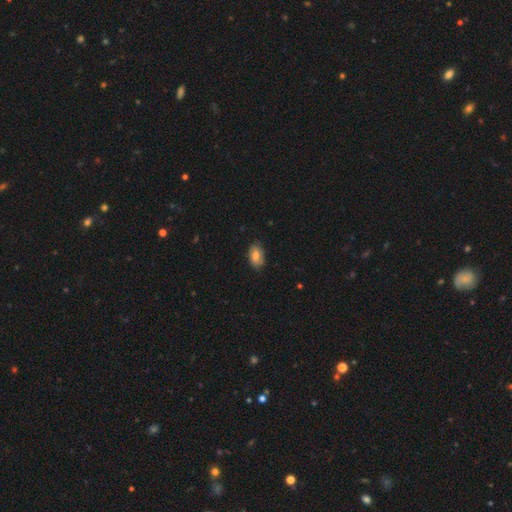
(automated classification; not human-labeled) Smooth or featured: smooth — 75% (featured or disk — 18%)
How rounded: in between — 90% (round — 8%)
Merging: none — 80% (minor disturbance — 16%)